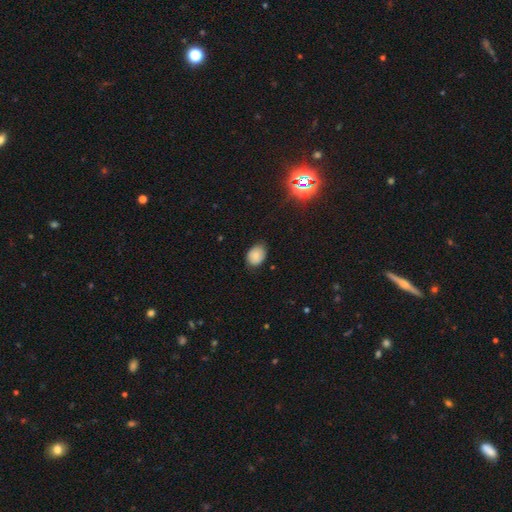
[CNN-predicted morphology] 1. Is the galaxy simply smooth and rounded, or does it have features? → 82% smooth, 10% star or artifact, 8% featured or disk.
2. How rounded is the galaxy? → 64% in between, 35% round, 1% cigar-shaped.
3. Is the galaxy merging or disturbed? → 78% none, 18% minor disturbance, 3% major disturbance, 1% merger.